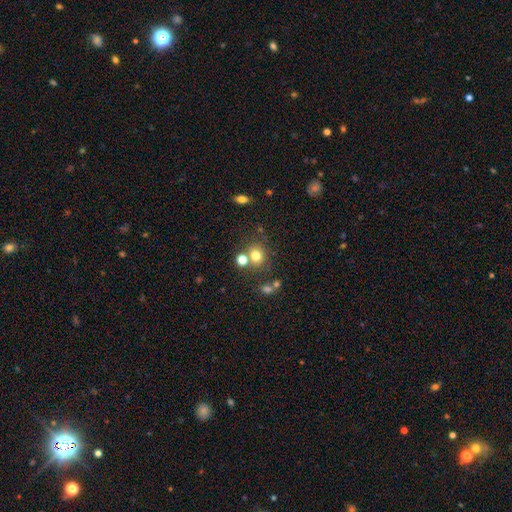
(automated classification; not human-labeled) smooth 74%, star or artifact 16%, featured or disk 10%. Down the decision tree: how rounded — round (80%); merging — none (66%).